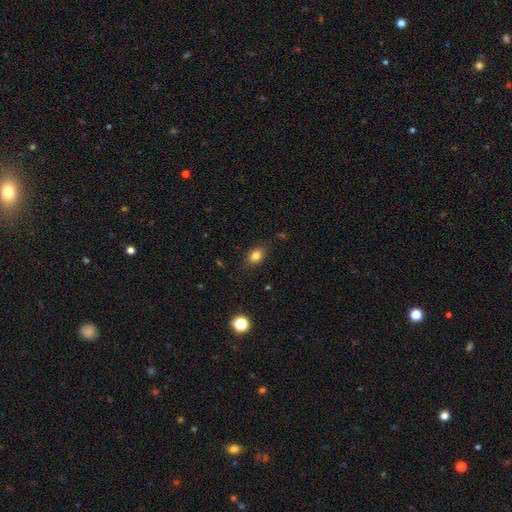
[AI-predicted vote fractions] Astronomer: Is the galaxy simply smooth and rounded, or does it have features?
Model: smooth — 81%.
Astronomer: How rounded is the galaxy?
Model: in between — 67%.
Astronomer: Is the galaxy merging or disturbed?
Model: none — 81%.